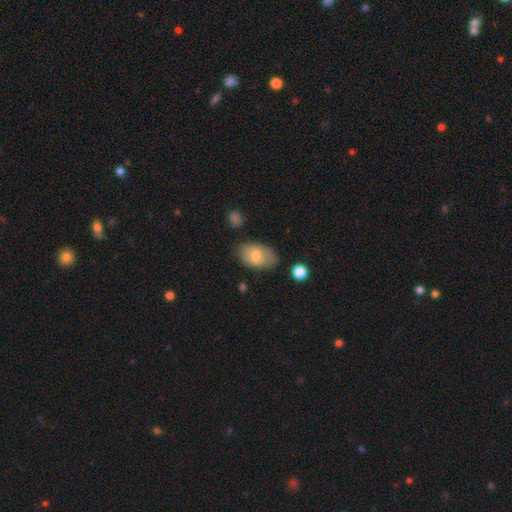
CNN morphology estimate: Smooth or featured? smooth (76%)
How rounded? in between (91%)
Merging? none (72%)